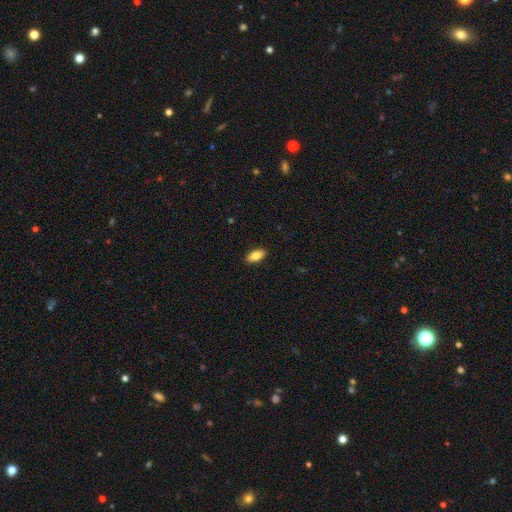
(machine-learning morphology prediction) This is clearly a smooth galaxy (83%). How rounded: clearly in between (85%). Merging: clearly none (89%).